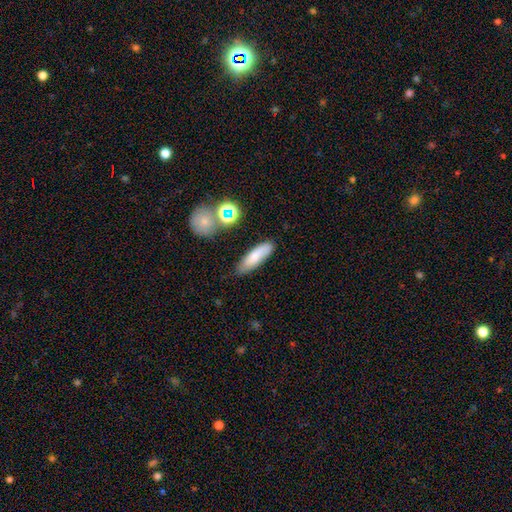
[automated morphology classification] smooth-or-featured: smooth: 75% | featured or disk: 16% | star or artifact: 9%
  how-rounded: cigar-shaped: 52% | in between: 45% | round: 2%
  merging: none: 75% | minor disturbance: 17% | merger: 4% | major disturbance: 4%